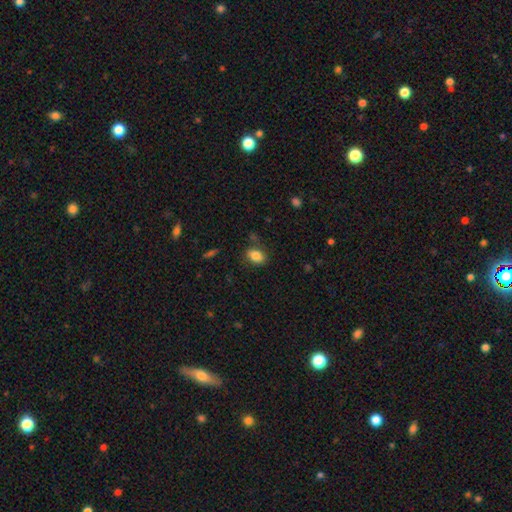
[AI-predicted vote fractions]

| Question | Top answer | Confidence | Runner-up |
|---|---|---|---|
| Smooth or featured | smooth | 84% | star or artifact (9%) |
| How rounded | in between | 79% | round (20%) |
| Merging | none | 75% | minor disturbance (16%) |